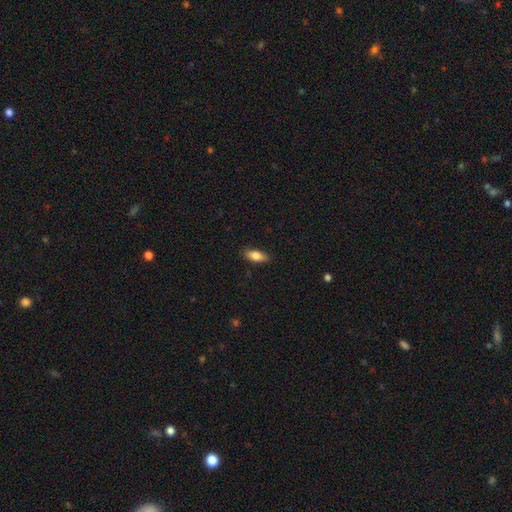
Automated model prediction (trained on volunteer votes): smooth 79%, featured or disk 14%, star or artifact 7%. Down the decision tree: how rounded — in between (78%); merging — none (86%).